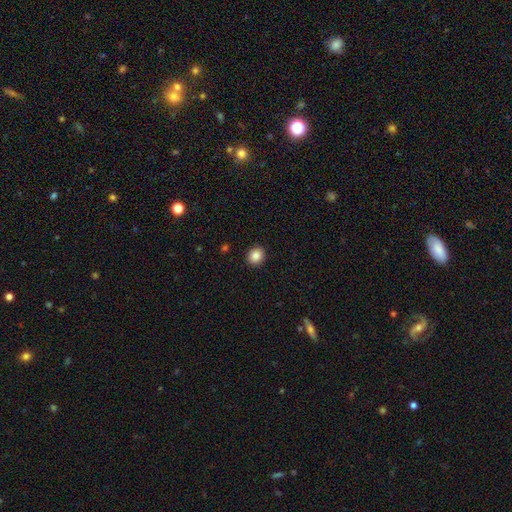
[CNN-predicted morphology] This is clearly a smooth galaxy (87%). How rounded: likely round (77%). Merging: clearly none (92%).